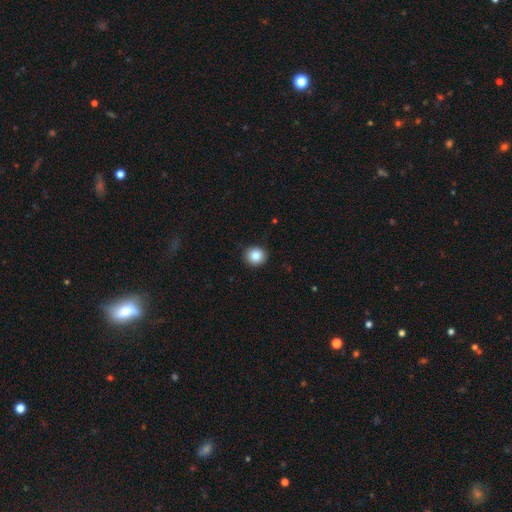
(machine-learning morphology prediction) Smooth or featured? smooth (84%)
How rounded? round (90%)
Merging? none (92%)